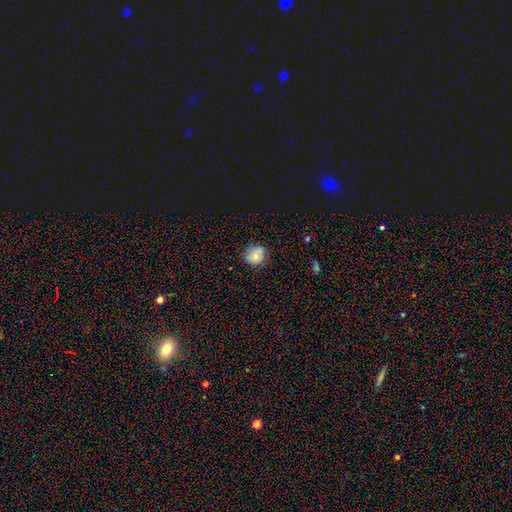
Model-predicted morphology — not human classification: smooth-or-featured: smooth: 67% | featured or disk: 20% | star or artifact: 13%
  how-rounded: round: 82% | in between: 17% | cigar-shaped: 1%
  merging: none: 72% | minor disturbance: 19% | major disturbance: 5% | merger: 5%